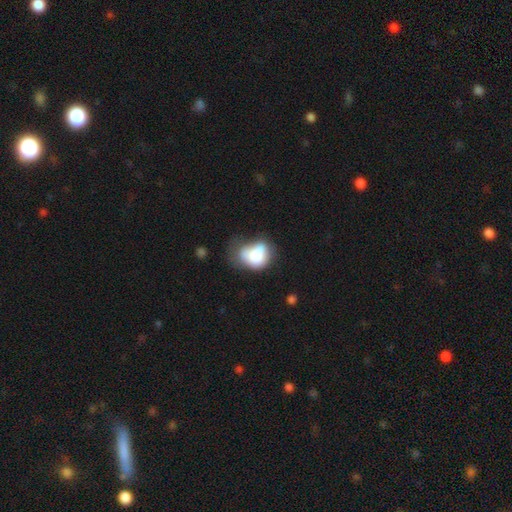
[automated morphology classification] smooth 71%, featured or disk 20%, star or artifact 9%. Down the decision tree: how rounded — in between (59%); merging — minor disturbance (34%).